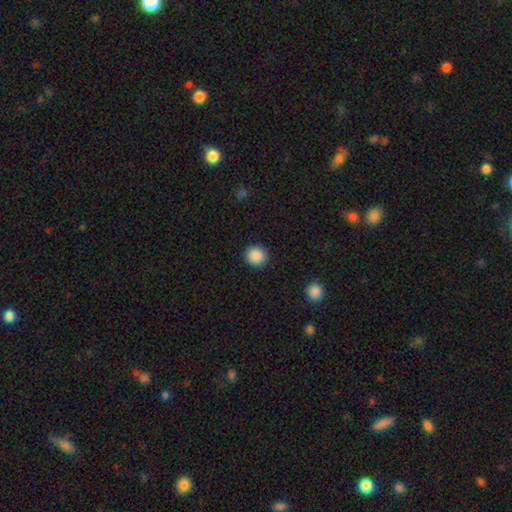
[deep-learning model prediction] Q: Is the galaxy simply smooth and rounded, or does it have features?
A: smooth — 89%.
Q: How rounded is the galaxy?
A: round — 90%.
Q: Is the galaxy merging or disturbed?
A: none — 91%.